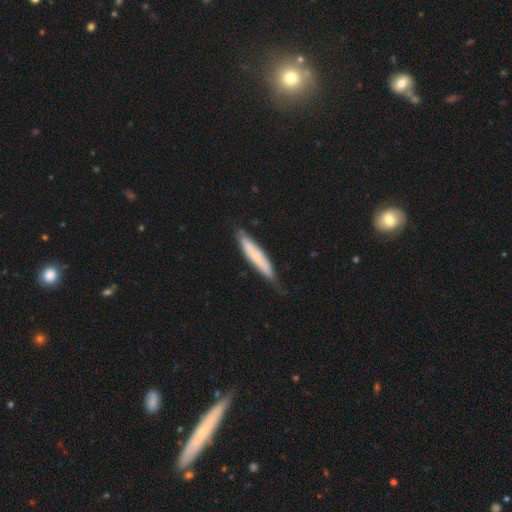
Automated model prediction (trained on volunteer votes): smooth 58%, featured or disk 36%, star or artifact 6%. Down the decision tree: how rounded — cigar-shaped (88%); merging — none (69%).